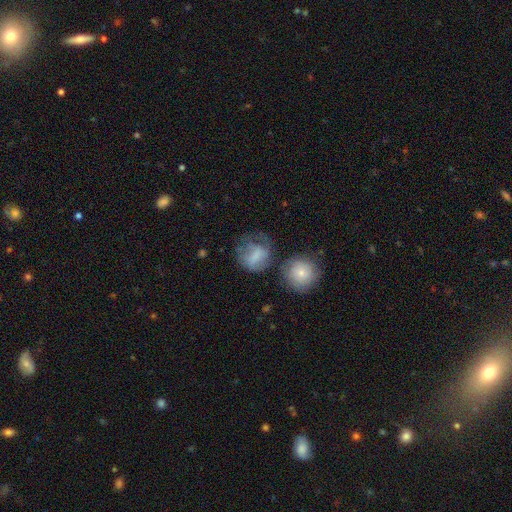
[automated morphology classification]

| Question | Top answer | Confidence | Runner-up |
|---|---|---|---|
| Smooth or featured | smooth | 60% | featured or disk (30%) |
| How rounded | round | 68% | in between (30%) |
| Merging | none | 38% | major disturbance (29%) |